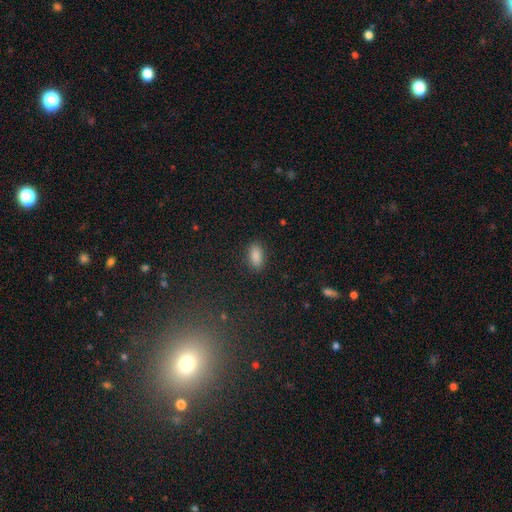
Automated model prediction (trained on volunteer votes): A smooth galaxy with no disk features (82%) that is in between round and cigar-shaped (89%). Merging: none (89%).